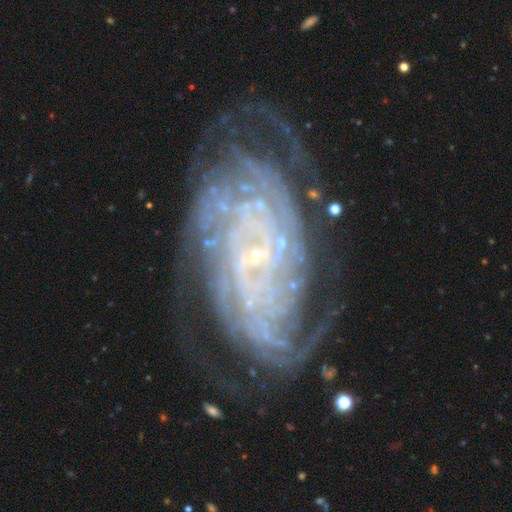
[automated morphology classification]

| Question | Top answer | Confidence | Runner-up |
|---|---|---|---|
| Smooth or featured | featured or disk | 89% | star or artifact (7%) |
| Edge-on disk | no | 96% | yes (4%) |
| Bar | no | 55% | weak (32%) |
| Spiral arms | yes | 97% | no (3%) |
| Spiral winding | tight | 76% | medium (20%) |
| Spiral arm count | can't tell | 27% | more than 4 (23%) |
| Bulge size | small | 80% | none (12%) |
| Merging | none | 70% | minor disturbance (18%) |